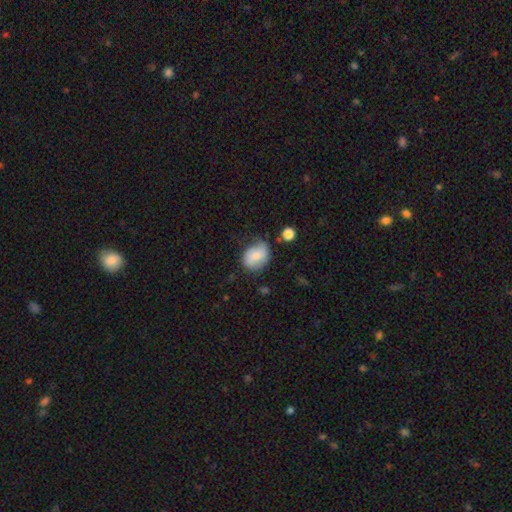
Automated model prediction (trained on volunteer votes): smooth-or-featured: smooth: 73% | featured or disk: 19% | star or artifact: 8%
  how-rounded: in between: 60% | round: 39% | cigar-shaped: 1%
  merging: none: 58% | minor disturbance: 30% | major disturbance: 9% | merger: 3%